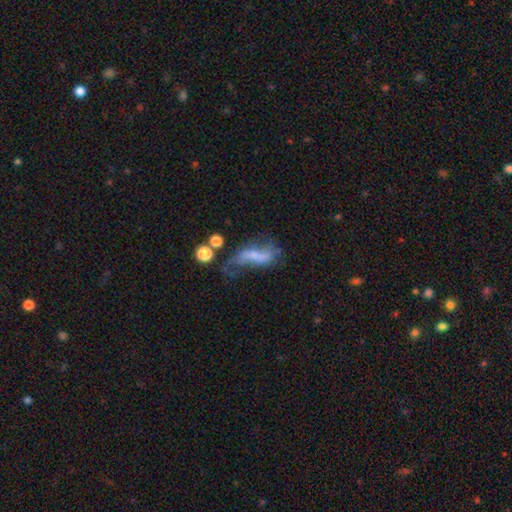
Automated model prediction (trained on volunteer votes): This is possibly a featured or disk galaxy (54%). It is clearly not viewed edge-on (88%). Merging: marginally major disturbance (38%).